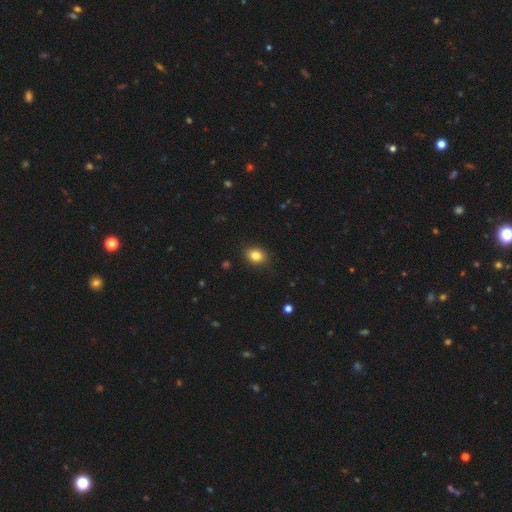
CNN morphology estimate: The model was most divided on "how rounded": in between: 63%, round: 36%, cigar-shaped: 1%. More confident: merging — none (88%); smooth or featured — smooth (84%).